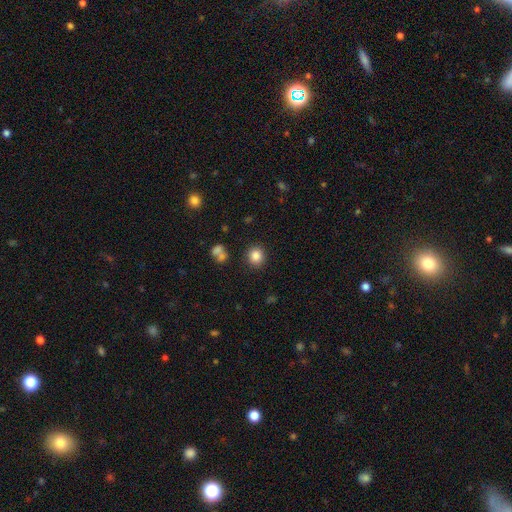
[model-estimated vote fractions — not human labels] The model was most divided on "how rounded": round: 86%, in between: 13%, cigar-shaped: 1%. More confident: merging — none (86%); smooth or featured — smooth (84%).